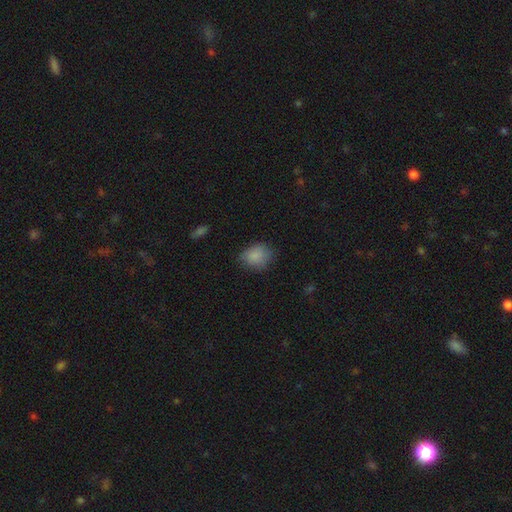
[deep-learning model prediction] Smooth or featured? Predicted: smooth (p=0.85). How rounded? Predicted: in between (p=0.50). Merging? Predicted: none (p=0.67).